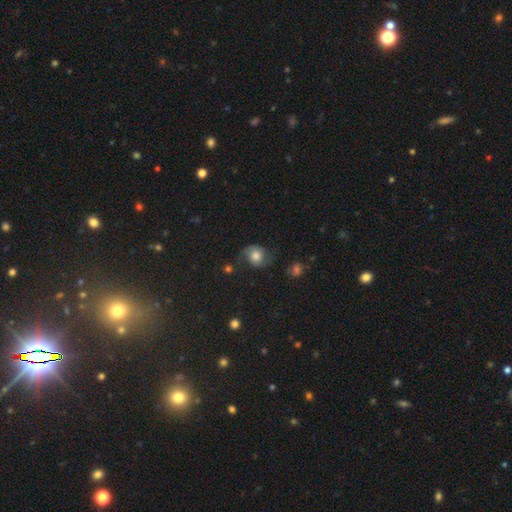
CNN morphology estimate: Smooth or featured: smooth — 58% (featured or disk — 32%)
How rounded: round — 66% (in between — 33%)
Merging: none — 59% (minor disturbance — 24%)